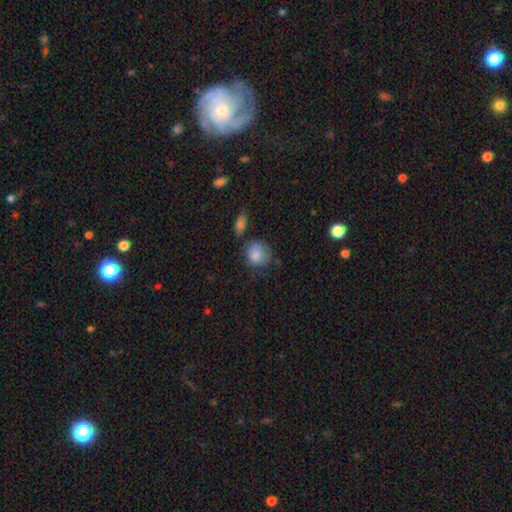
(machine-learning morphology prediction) smooth-or-featured: smooth: 84% | featured or disk: 8% | star or artifact: 8%
  how-rounded: round: 69% | in between: 30% | cigar-shaped: 1%
  merging: none: 55% | minor disturbance: 28% | major disturbance: 10% | merger: 7%